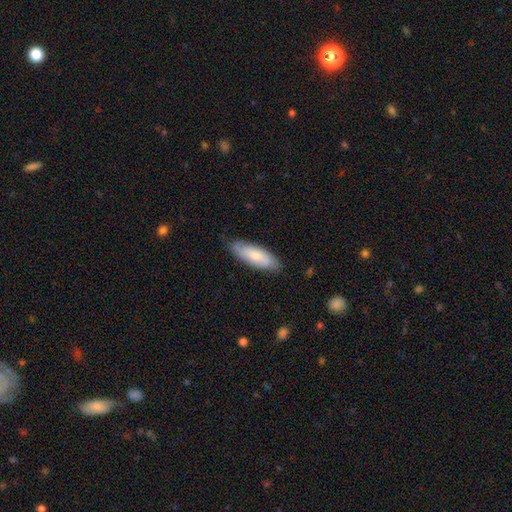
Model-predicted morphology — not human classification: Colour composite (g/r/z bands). It shows a smooth galaxy with no disk features (73%) that is in between round and cigar-shaped (63%). Merging: none (81%).